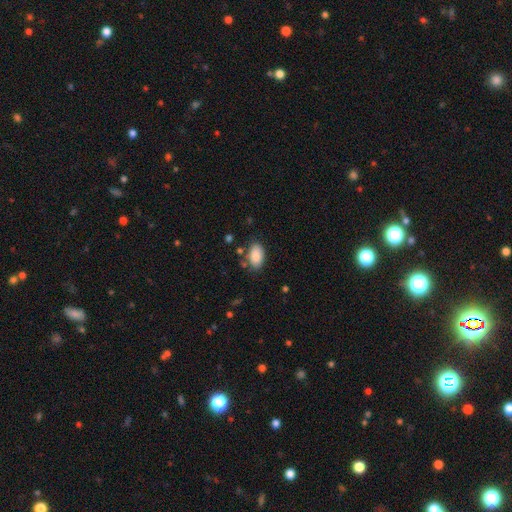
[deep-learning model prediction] A smooth galaxy with no disk features (88%) that is in between round and cigar-shaped (93%).

Vote fractions:
- Smooth or featured? smooth: 88% / star or artifact: 7% / featured or disk: 5%
- How rounded? in between: 93% / round: 6% / cigar-shaped: 2%
- Merging? none: 77% / minor disturbance: 15% / merger: 4% / major disturbance: 4%